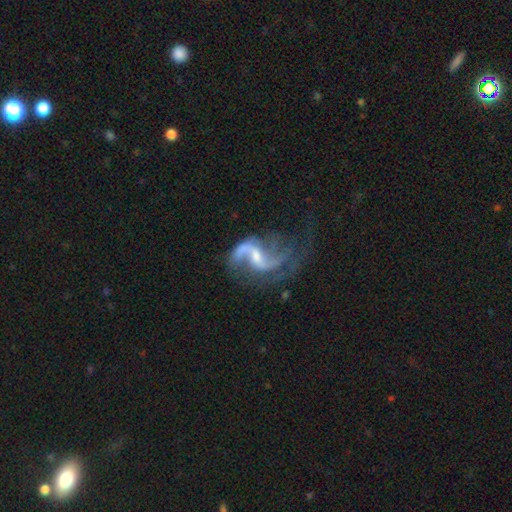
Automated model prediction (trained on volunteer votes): This is clearly a featured or disk galaxy (89%). It is clearly not viewed edge-on (98%). Bar: possibly weak (49%). Spiral arm pattern: clearly yes (95%). Spiral arm count: clearly 2 (84%). Spiral winding: likely loose (74%). Central bulge: possibly small (52%). Merging: possibly none (47%).